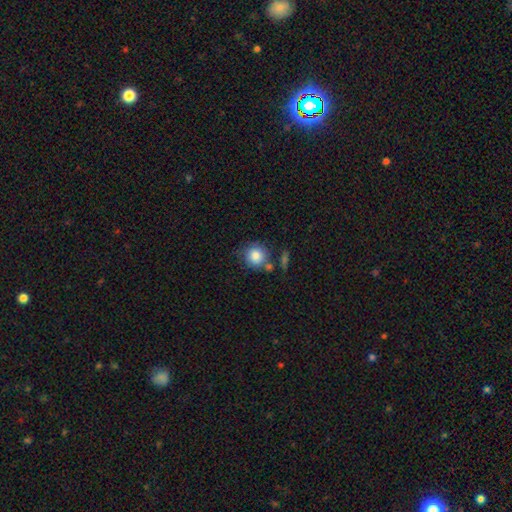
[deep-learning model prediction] Smooth or featured?
  - smooth: 84% *
  - star or artifact: 8%
  - featured or disk: 8%
How rounded?
  - round: 90% *
  - in between: 9%
  - cigar-shaped: 1%
Merging?
  - none: 66% *
  - minor disturbance: 15%
  - merger: 14%
  - major disturbance: 5%